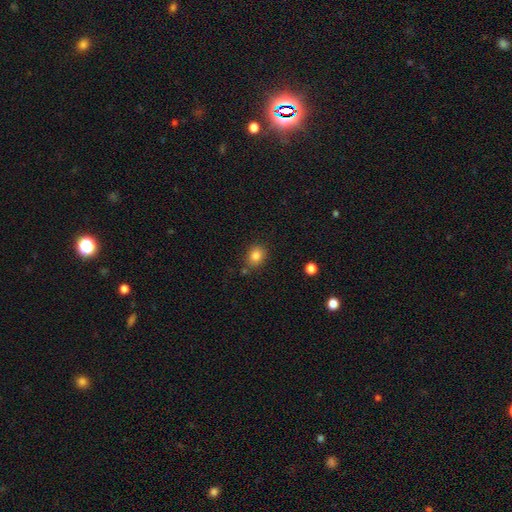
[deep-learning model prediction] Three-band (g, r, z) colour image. It shows a smooth galaxy with no disk features (83%) that is round (61%). Merging: none (80%).